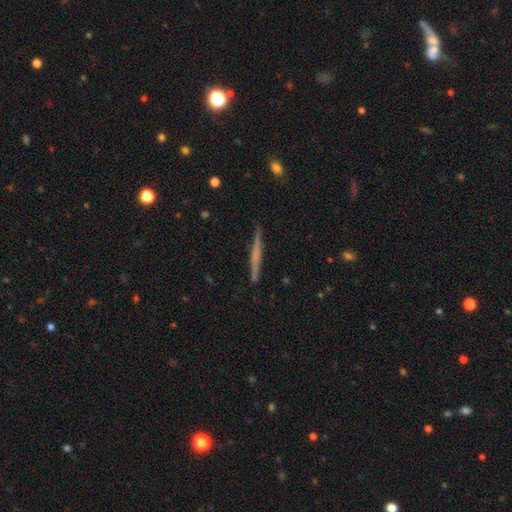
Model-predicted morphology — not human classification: A featured or disk galaxy (55%) viewed edge-on (98%) with no central bulge (66%).

Vote fractions:
- Smooth or featured? featured or disk: 55% / smooth: 39% / star or artifact: 6%
- Edge-on disk? yes: 98% / no: 2%
- Edge-on bulge? none: 66% / rounded: 24% / boxy: 10%
- Merging? none: 90% / minor disturbance: 7% / major disturbance: 1% / merger: 1%